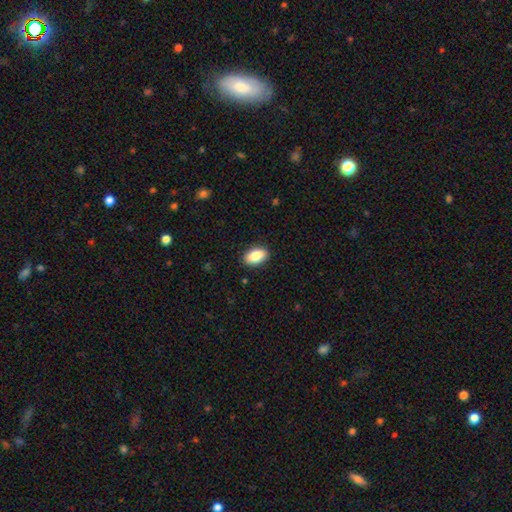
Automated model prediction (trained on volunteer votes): Smooth or featured: smooth — 87% (star or artifact — 7%)
How rounded: in between — 92% (round — 6%)
Merging: none — 89% (minor disturbance — 8%)